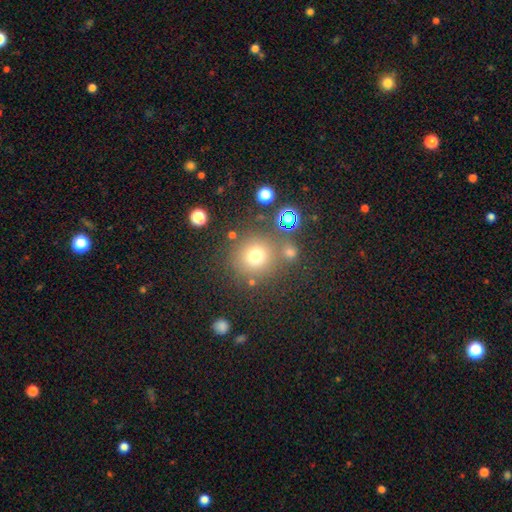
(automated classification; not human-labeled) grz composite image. It shows a smooth galaxy with no disk features (73%) that is round (92%). Merging: none (75%).